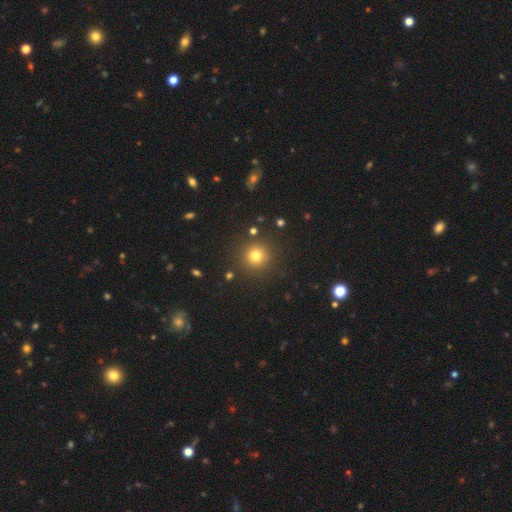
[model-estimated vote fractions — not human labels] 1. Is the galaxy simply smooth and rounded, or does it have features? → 76% smooth, 17% star or artifact, 7% featured or disk.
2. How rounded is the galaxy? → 94% round, 5% in between, 1% cigar-shaped.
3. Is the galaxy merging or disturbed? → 89% none, 6% minor disturbance, 3% major disturbance, 2% merger.